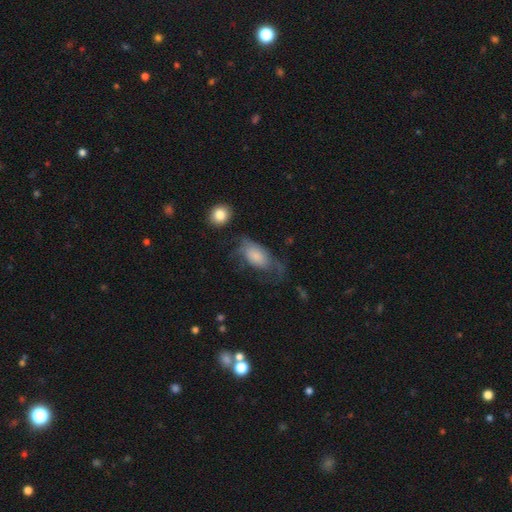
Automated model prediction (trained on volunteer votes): smooth-or-featured: smooth: 62% | featured or disk: 30% | star or artifact: 8%
  how-rounded: in between: 91% | round: 5% | cigar-shaped: 4%
  merging: major disturbance: 38% | none: 31% | minor disturbance: 27% | merger: 4%